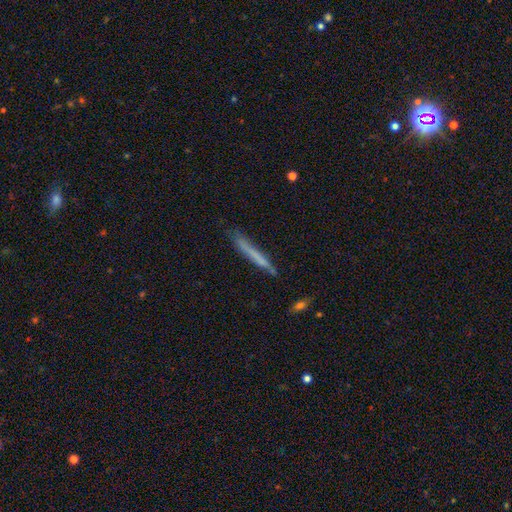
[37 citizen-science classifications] A smooth galaxy with no disk features (54%) that is cigar-shaped (95%).

Vote fractions:
- Smooth or featured? smooth: 54% / featured or disk: 43% / star or artifact: 3%
- How rounded? cigar-shaped: 95% / round: 5% / in between: 0%
- Merging? none: 67% / minor disturbance: 22% / major disturbance: 11% / merger: 0%